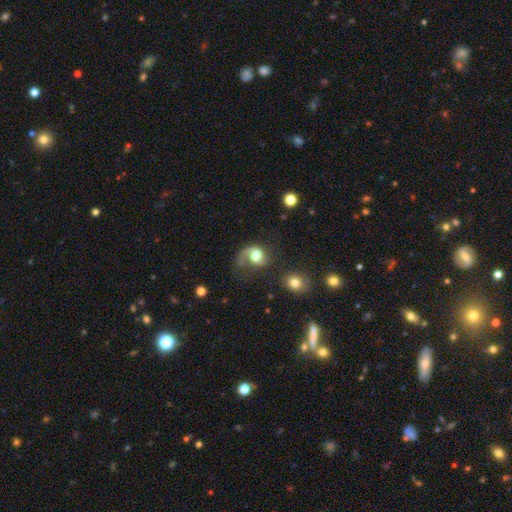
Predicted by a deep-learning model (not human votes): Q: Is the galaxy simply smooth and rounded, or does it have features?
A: featured or disk — 59%.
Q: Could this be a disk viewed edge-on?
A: no — 97%.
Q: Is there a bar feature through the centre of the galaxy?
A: no — 69%.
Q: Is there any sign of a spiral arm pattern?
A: yes — 89%.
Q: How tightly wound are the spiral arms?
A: loose — 54%.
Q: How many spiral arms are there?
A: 1 — 62%.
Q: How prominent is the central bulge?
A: moderate — 55%.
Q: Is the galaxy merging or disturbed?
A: major disturbance — 38%.